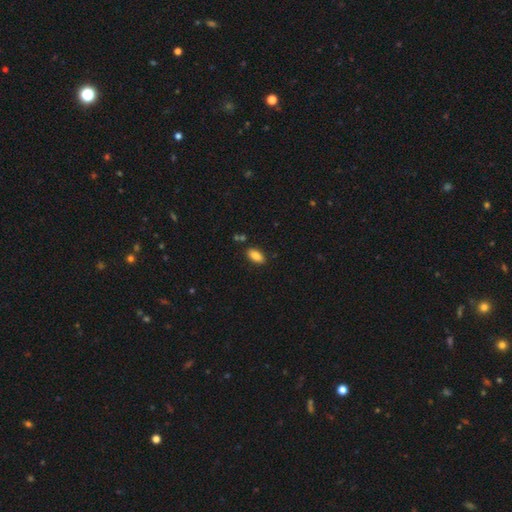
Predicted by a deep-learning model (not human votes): Smooth or featured? Predicted: smooth (p=0.85). How rounded? Predicted: in between (p=0.91). Merging? Predicted: none (p=0.85).